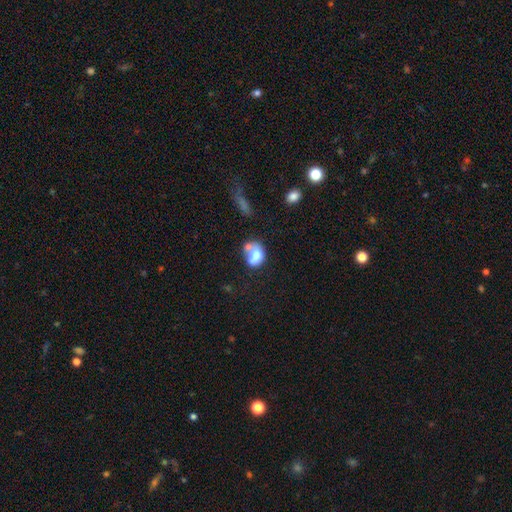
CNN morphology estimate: The model was most divided on "merging": merger: 47%, none: 23%, minor disturbance: 15%, major disturbance: 15%. More confident: how rounded — in between (68%); smooth or featured — smooth (67%).